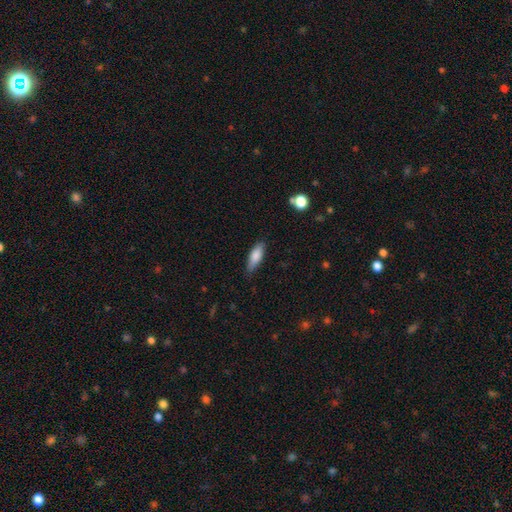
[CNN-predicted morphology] smooth-or-featured: smooth: 80% | featured or disk: 14% | star or artifact: 6%
  how-rounded: in between: 56% | cigar-shaped: 42% | round: 2%
  merging: none: 80% | minor disturbance: 16% | major disturbance: 3% | merger: 1%